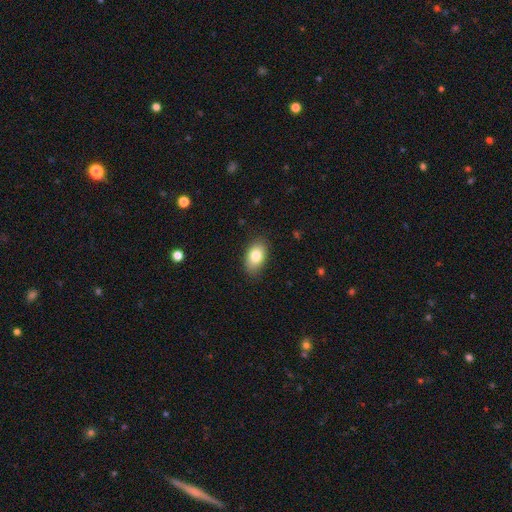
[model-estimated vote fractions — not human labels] Smooth or featured? smooth (82%)
How rounded? in between (90%)
Merging? none (85%)